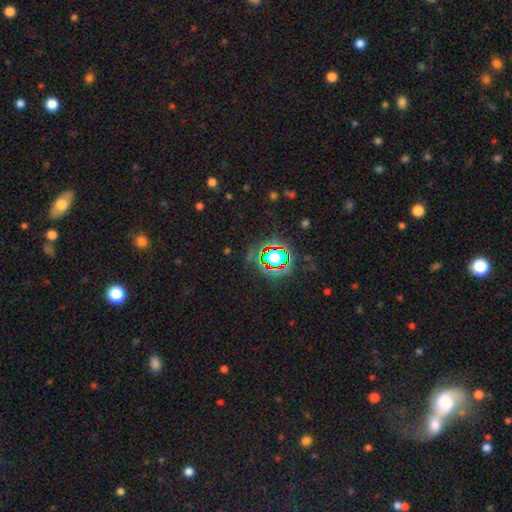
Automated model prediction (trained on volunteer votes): smooth-or-featured: star or artifact: 77% | smooth: 15% | featured or disk: 9%